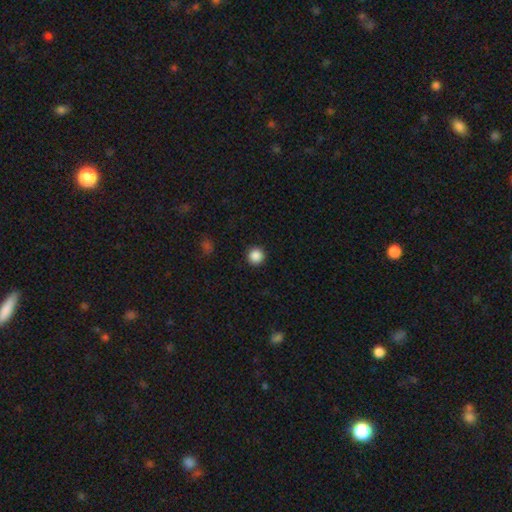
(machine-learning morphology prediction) This is clearly a smooth galaxy (87%). How rounded: clearly round (96%). Merging: clearly none (93%).